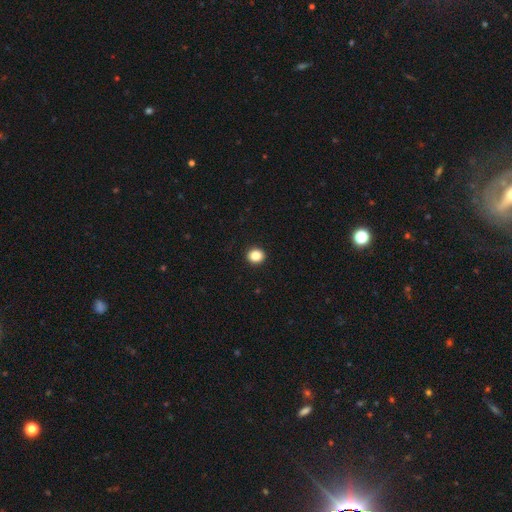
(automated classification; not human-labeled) smooth_or_featured: smooth (p=0.85) [alt: star or artifact p=0.10]
how_rounded: round (p=0.86) [alt: in between p=0.13]
merging: none (p=0.93) [alt: minor disturbance p=0.04]